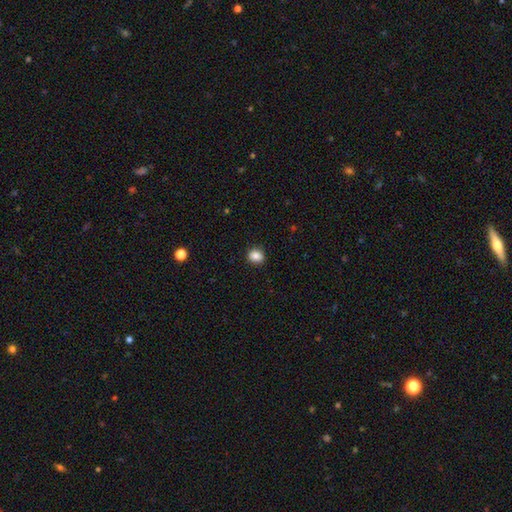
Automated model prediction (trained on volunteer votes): Smooth or featured? Predicted: smooth (p=0.85). How rounded? Predicted: round (p=0.75). Merging? Predicted: none (p=0.90).